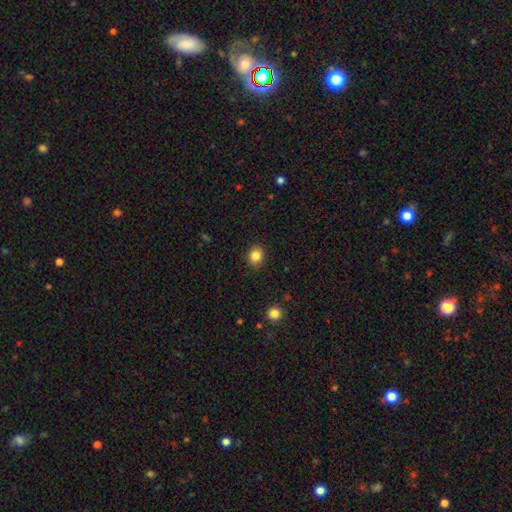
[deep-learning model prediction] smooth_or_featured: smooth (p=0.85) [alt: star or artifact p=0.10]
how_rounded: round (p=0.70) [alt: in between p=0.29]
merging: none (p=0.89) [alt: minor disturbance p=0.08]